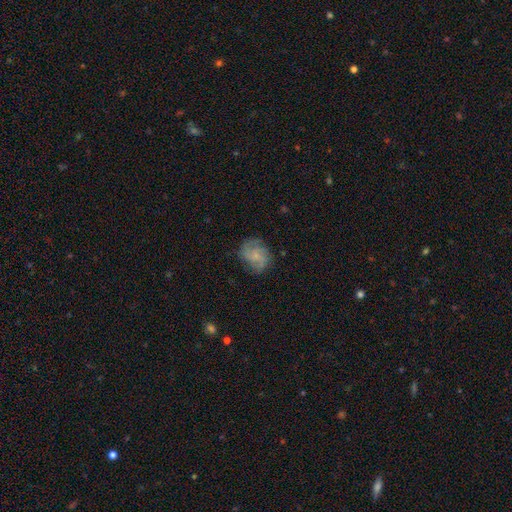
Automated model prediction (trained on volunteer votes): Smooth or featured?
  - featured or disk: 56% *
  - smooth: 36%
  - star or artifact: 9%
Edge-on disk?
  - no: 98% *
  - yes: 2%
Bar?
  - no: 70% *
  - weak: 26%
  - strong: 4%
Spiral arms?
  - yes: 86% *
  - no: 14%
Bulge size?
  - small: 56% *
  - none: 23%
  - moderate: 18%
  - large: 2%
  - dominant: 1%
Merging?
  - none: 68% *
  - minor disturbance: 21%
  - major disturbance: 9%
  - merger: 1%